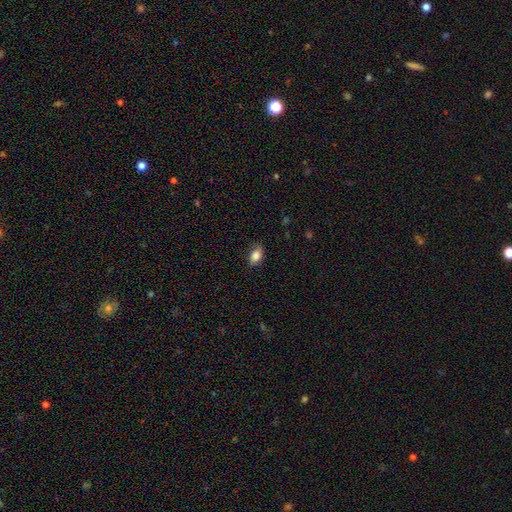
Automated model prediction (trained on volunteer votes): Smooth or featured: smooth — 86% (star or artifact — 8%)
How rounded: in between — 88% (round — 10%)
Merging: none — 84% (minor disturbance — 13%)